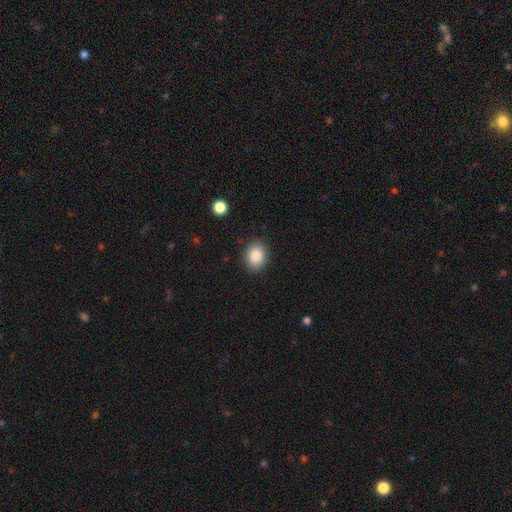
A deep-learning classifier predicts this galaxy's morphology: Smooth or featured: smooth — 87% (star or artifact — 8%)
How rounded: round — 51% (in between — 48%)
Merging: none — 88% (minor disturbance — 8%)